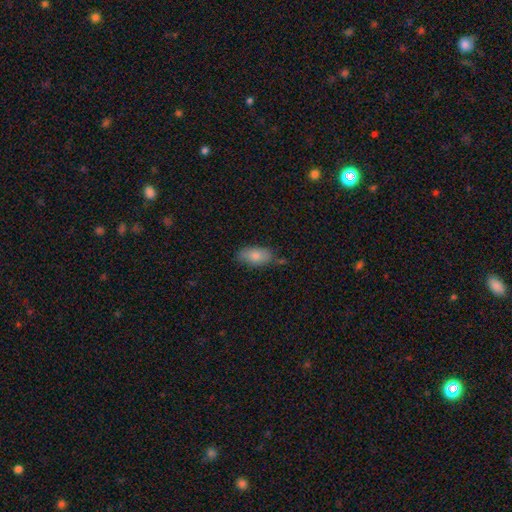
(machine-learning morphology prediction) Smooth or featured? smooth (81%)
How rounded? in between (91%)
Merging? none (70%)